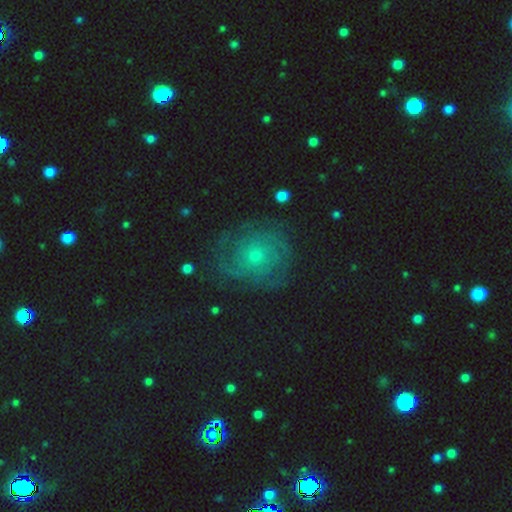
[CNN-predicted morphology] smooth_or_featured: featured or disk (p=0.66) [alt: smooth p=0.22]
disk_edge_on: no (p=0.97) [alt: yes p=0.03]
bar: no (p=0.84) [alt: weak p=0.14]
has_spiral_arms: yes (p=0.83) [alt: no p=0.17]
spiral_winding: tight (p=0.61) [alt: medium p=0.28]
spiral_arm_count: can't tell (p=0.46) [alt: 2 p=0.17]
bulge_size: small (p=0.76) [alt: moderate p=0.20]
merging: none (p=0.73) [alt: minor disturbance p=0.16]